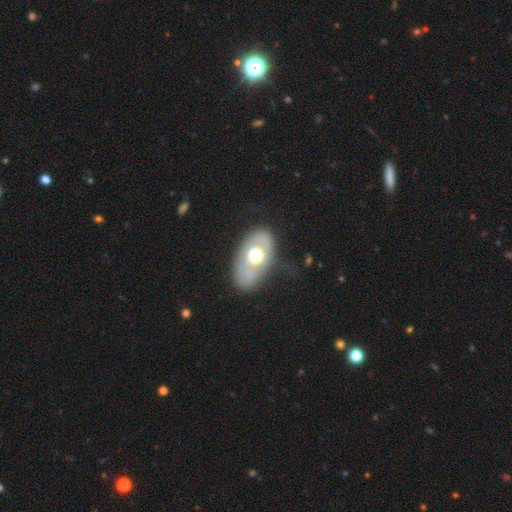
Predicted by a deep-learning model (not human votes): Smooth or featured? featured or disk (62%)
Edge-on disk? no (92%)
Bar? no (81%)
Spiral arms? yes (52%)
Bulge size? moderate (66%)
Merging? none (66%)